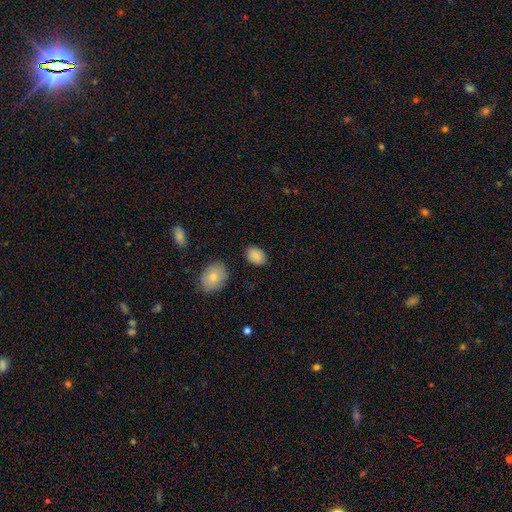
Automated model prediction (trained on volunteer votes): This appears to be a smooth galaxy with no disk features (86%) that is in between round and cigar-shaped (77%). Merging: none (83%).